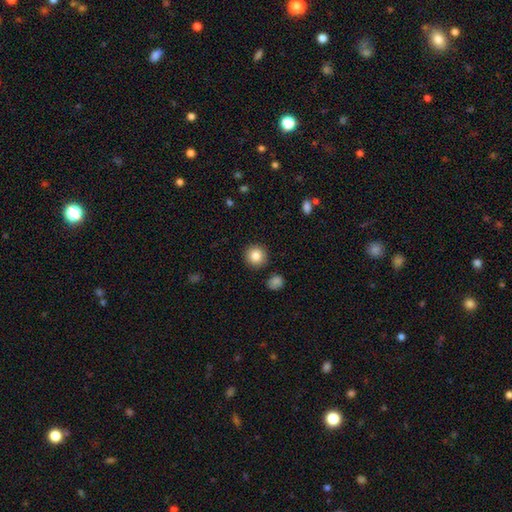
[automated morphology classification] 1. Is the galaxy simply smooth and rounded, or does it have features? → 85% smooth, 9% star or artifact, 6% featured or disk.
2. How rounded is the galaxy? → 94% round, 5% in between, 1% cigar-shaped.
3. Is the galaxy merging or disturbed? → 90% none, 6% minor disturbance, 2% merger, 2% major disturbance.